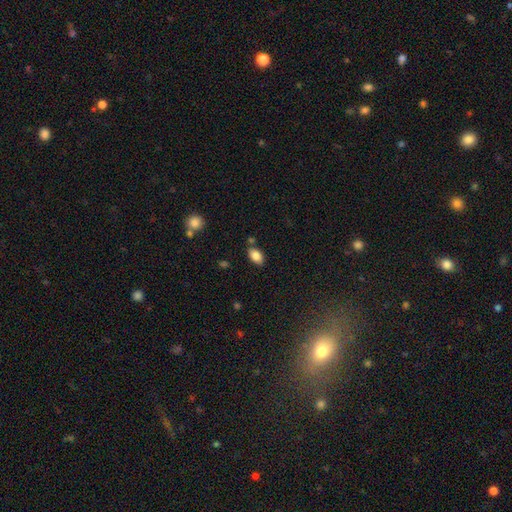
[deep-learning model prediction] Overall: smooth (85%). How rounded: in between (91%). Merging: none (79%).